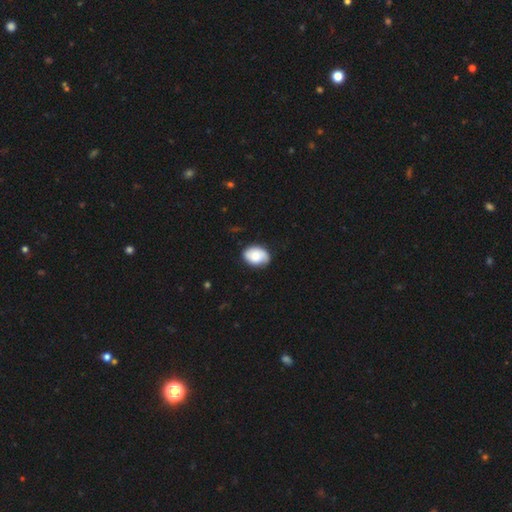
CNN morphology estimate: This appears to be a smooth galaxy with no disk features (76%) that is in between round and cigar-shaped (80%). Merging: none (79%).